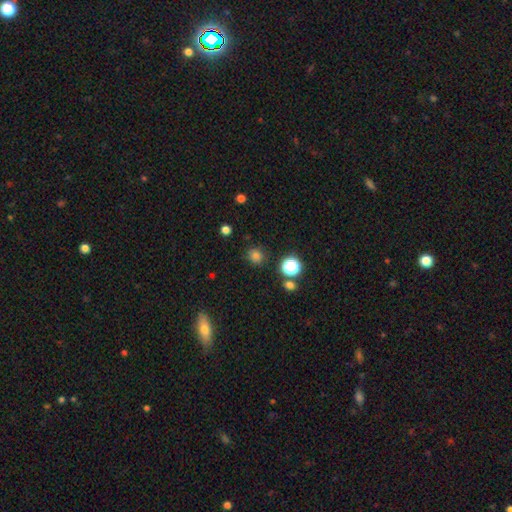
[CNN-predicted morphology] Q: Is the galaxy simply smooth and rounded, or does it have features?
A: smooth — 78%.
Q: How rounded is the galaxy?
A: round — 89%.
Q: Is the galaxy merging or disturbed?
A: none — 86%.